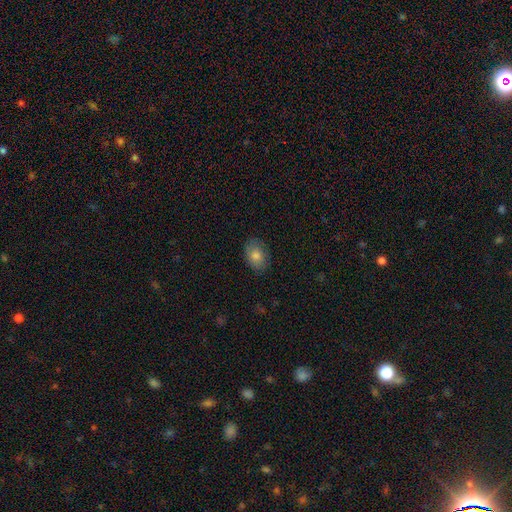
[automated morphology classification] smooth-or-featured: smooth: 81% | featured or disk: 10% | star or artifact: 8%
  how-rounded: in between: 80% | round: 19% | cigar-shaped: 1%
  merging: none: 86% | minor disturbance: 11% | major disturbance: 2% | merger: 1%